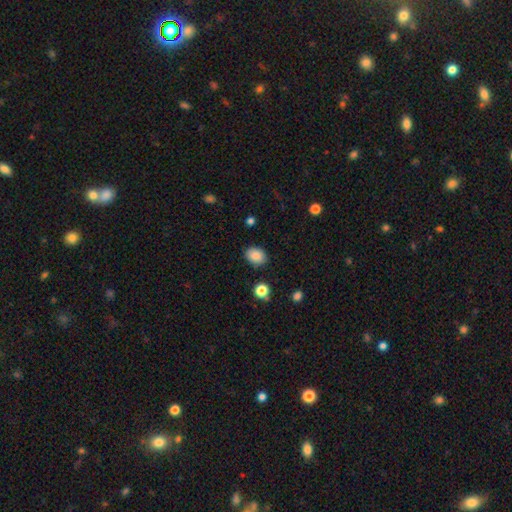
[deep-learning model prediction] Smooth or featured: smooth — 86% (star or artifact — 9%)
How rounded: in between — 64% (round — 35%)
Merging: none — 85% (minor disturbance — 10%)